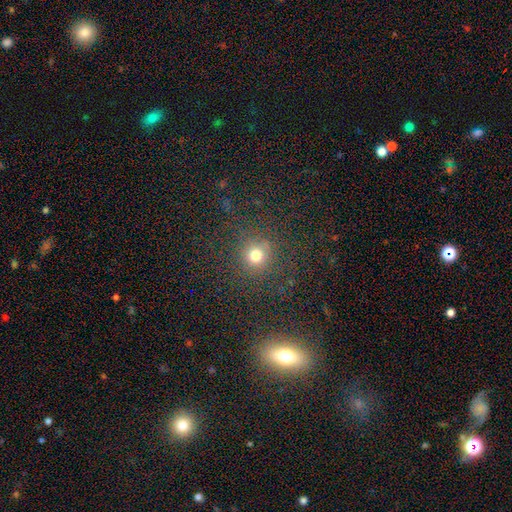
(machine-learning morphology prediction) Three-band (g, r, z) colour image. It shows a smooth galaxy with no disk features (65%) that is round (90%). Merging: none (79%).